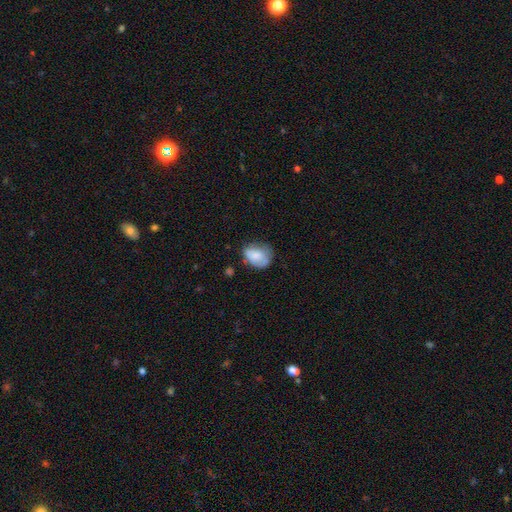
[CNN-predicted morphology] smooth-or-featured: smooth: 75% | featured or disk: 18% | star or artifact: 8%
  how-rounded: in between: 68% | round: 31% | cigar-shaped: 1%
  merging: none: 47% | minor disturbance: 35% | major disturbance: 14% | merger: 3%